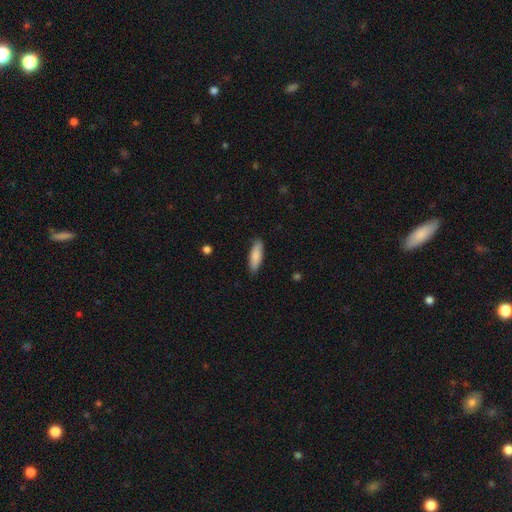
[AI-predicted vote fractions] Smooth or featured?
  - smooth: 86% *
  - featured or disk: 8%
  - star or artifact: 6%
How rounded?
  - cigar-shaped: 51% *
  - in between: 47%
  - round: 2%
Merging?
  - none: 87% *
  - minor disturbance: 10%
  - major disturbance: 2%
  - merger: 1%